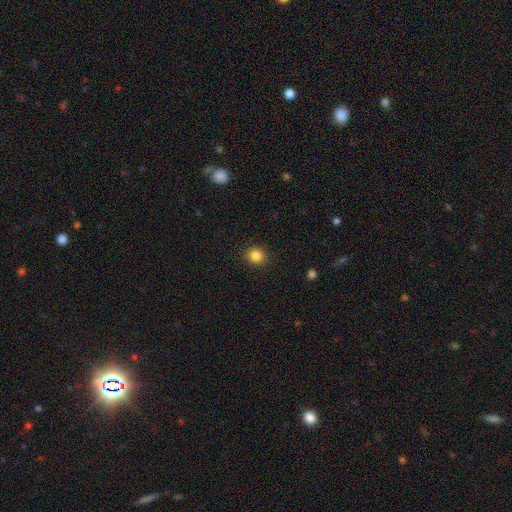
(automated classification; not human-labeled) Overall: smooth (85%). How rounded: round (87%). Merging: none (91%).